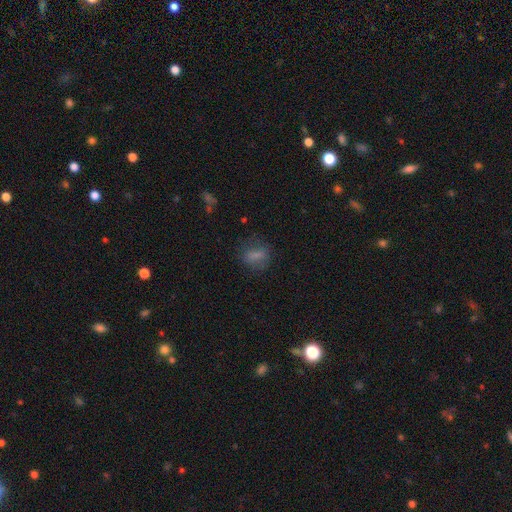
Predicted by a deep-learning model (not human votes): smooth 64%, star or artifact 19%, featured or disk 17%. Down the decision tree: how rounded — in between (57%); merging — none (73%).